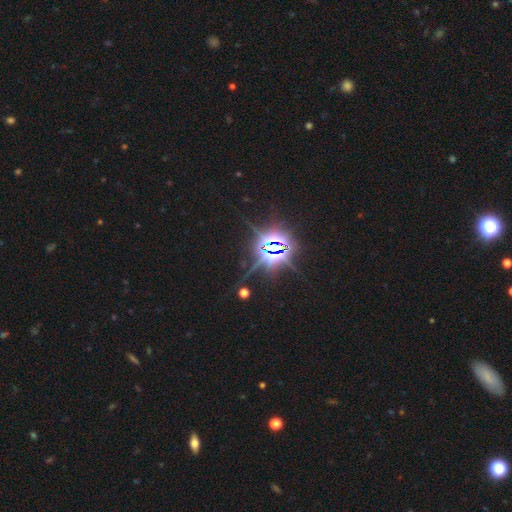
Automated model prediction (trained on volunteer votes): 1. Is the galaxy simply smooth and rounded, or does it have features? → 83% star or artifact, 11% smooth, 5% featured or disk.